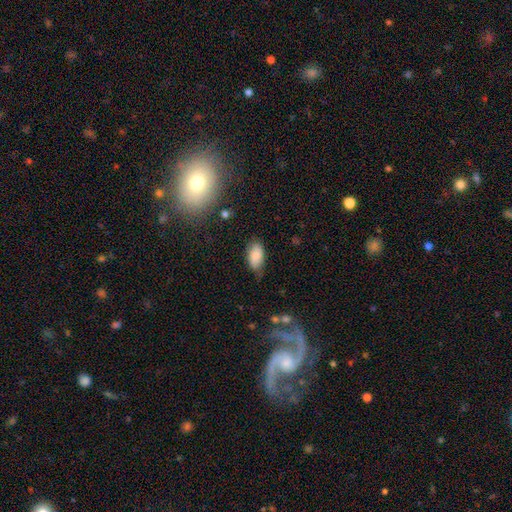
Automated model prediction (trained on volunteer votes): Smooth or featured?
  - smooth: 85% *
  - star or artifact: 7%
  - featured or disk: 7%
How rounded?
  - in between: 94% *
  - round: 3%
  - cigar-shaped: 3%
Merging?
  - none: 69% *
  - minor disturbance: 25%
  - major disturbance: 5%
  - merger: 2%